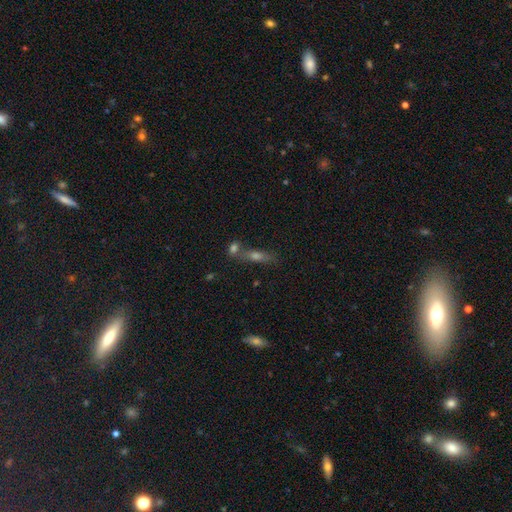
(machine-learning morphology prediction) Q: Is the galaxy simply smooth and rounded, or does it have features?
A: smooth — 47%.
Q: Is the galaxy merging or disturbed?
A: none — 49%.